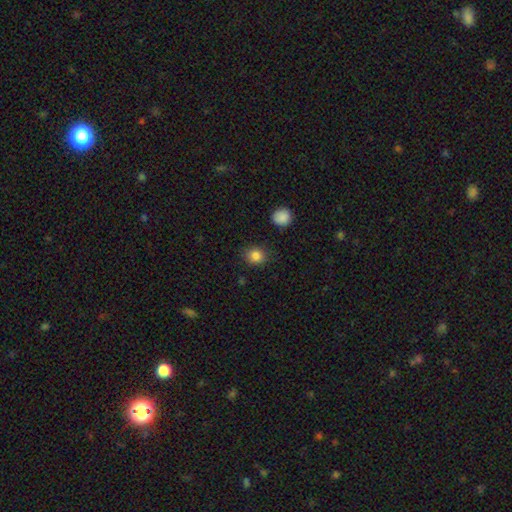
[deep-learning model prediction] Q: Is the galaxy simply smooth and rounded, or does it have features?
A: smooth — 85%.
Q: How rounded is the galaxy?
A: round — 73%.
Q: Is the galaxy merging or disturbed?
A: none — 83%.